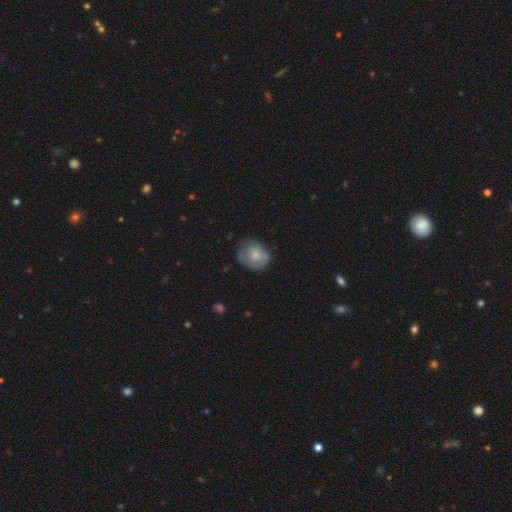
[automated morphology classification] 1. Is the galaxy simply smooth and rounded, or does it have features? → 68% smooth, 25% featured or disk, 7% star or artifact.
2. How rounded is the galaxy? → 66% round, 33% in between, 1% cigar-shaped.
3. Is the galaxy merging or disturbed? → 59% none, 30% minor disturbance, 10% major disturbance, 2% merger.